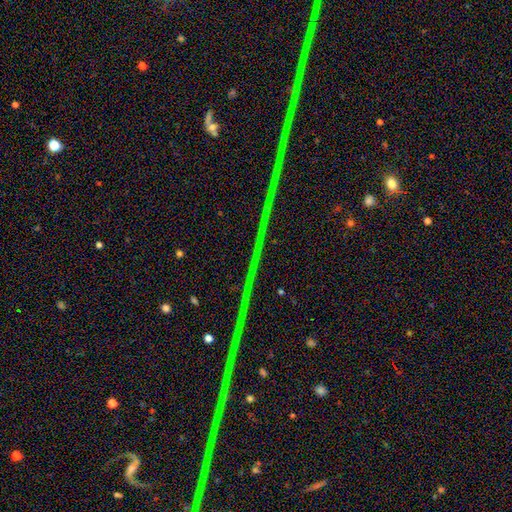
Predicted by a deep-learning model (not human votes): Smooth or featured: star or artifact — 90% (featured or disk — 6%)